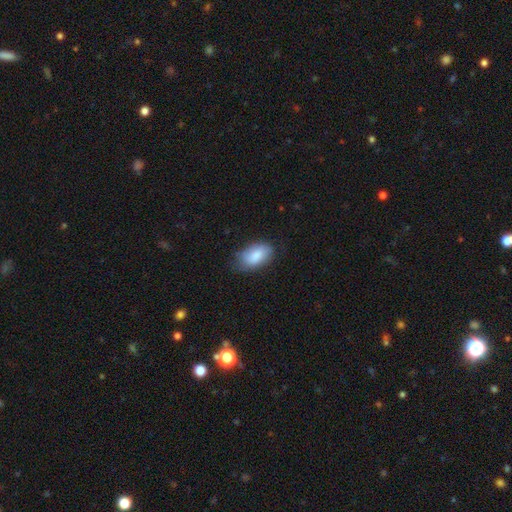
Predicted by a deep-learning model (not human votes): This is clearly a smooth galaxy (83%). How rounded: clearly in between (93%). Merging: likely none (66%).